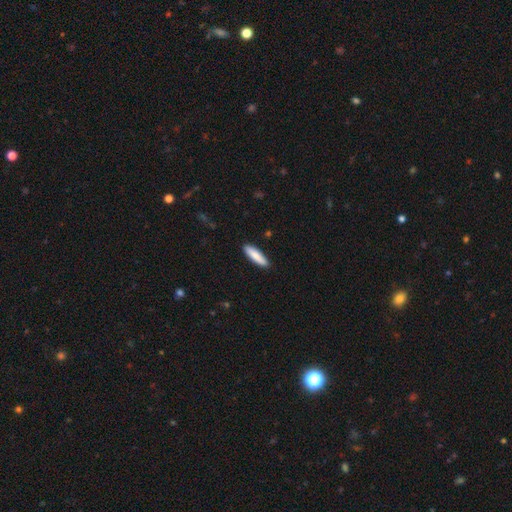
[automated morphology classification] Smooth or featured: smooth — 83% (featured or disk — 12%)
How rounded: cigar-shaped — 65% (in between — 34%)
Merging: none — 90% (minor disturbance — 7%)